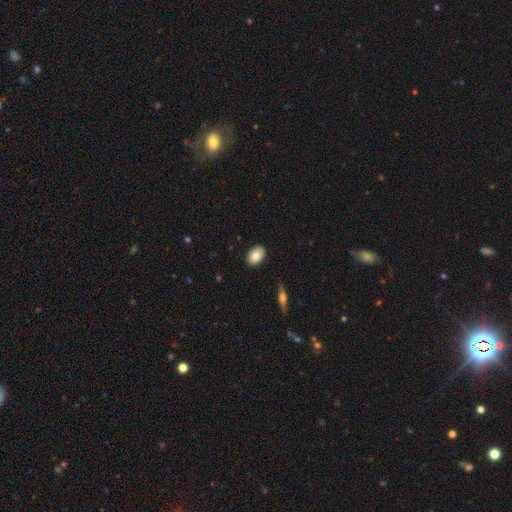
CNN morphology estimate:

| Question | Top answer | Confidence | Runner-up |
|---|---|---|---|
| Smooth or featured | smooth | 79% | featured or disk (14%) |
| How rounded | in between | 84% | round (15%) |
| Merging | none | 87% | minor disturbance (10%) |